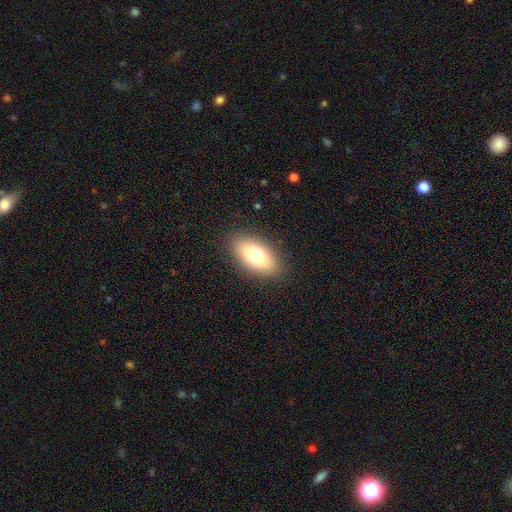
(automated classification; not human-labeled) Morphology: type=smooth (74%); roundness=in between (90%); merging=none (87%).